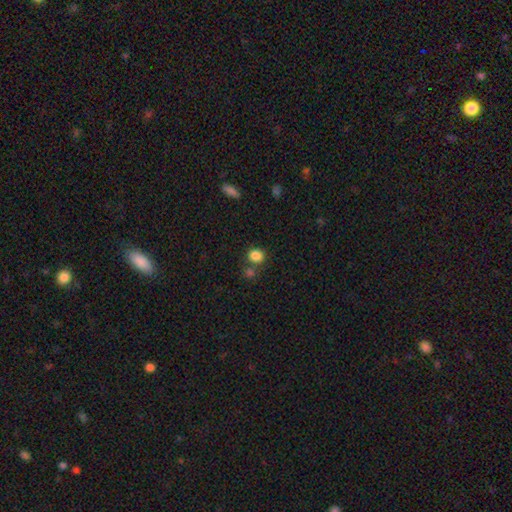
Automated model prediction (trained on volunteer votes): Morphology: type=smooth (84%); roundness=round (72%); merging=none (67%).